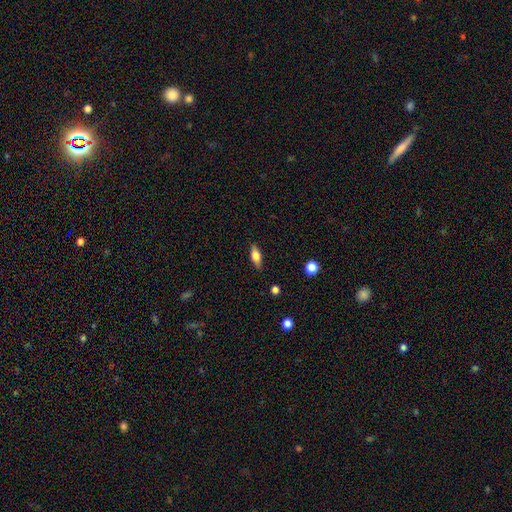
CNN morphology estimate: Smooth or featured? smooth (70%)
How rounded? in between (73%)
Merging? none (85%)